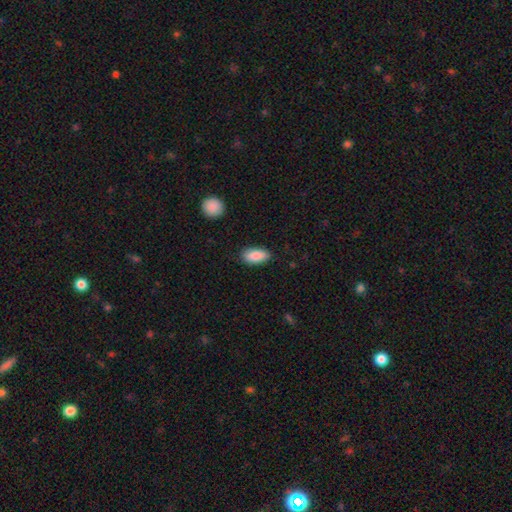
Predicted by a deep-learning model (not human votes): Smooth or featured? Predicted: smooth (p=0.89). How rounded? Predicted: in between (p=0.90). Merging? Predicted: none (p=0.85).